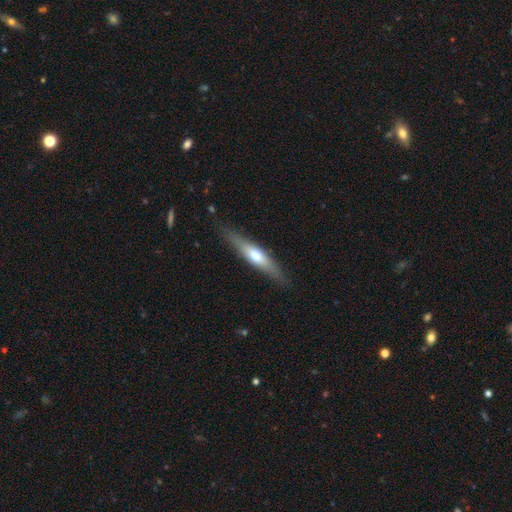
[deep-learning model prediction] The model was most divided on "smooth or featured": smooth: 48%, featured or disk: 46%, star or artifact: 6%. More confident: merging — none (84%).